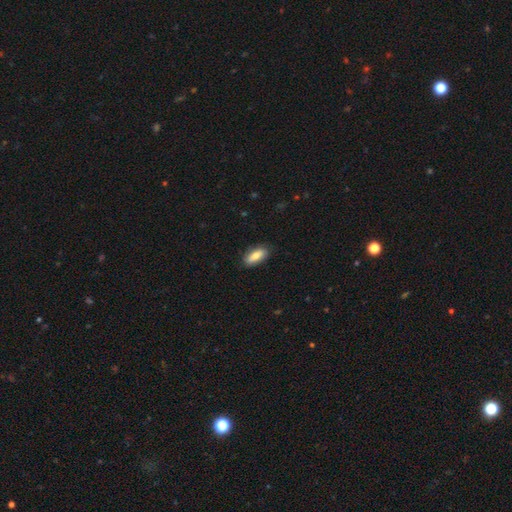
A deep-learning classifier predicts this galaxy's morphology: Smooth or featured? Predicted: smooth (p=0.78). How rounded? Predicted: in between (p=0.80). Merging? Predicted: none (p=0.85).